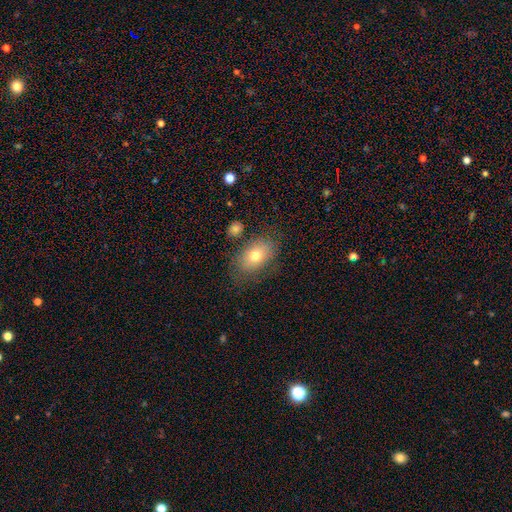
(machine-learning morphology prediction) Smooth or featured? Predicted: smooth (p=0.74). How rounded? Predicted: in between (p=0.85). Merging? Predicted: none (p=0.74).